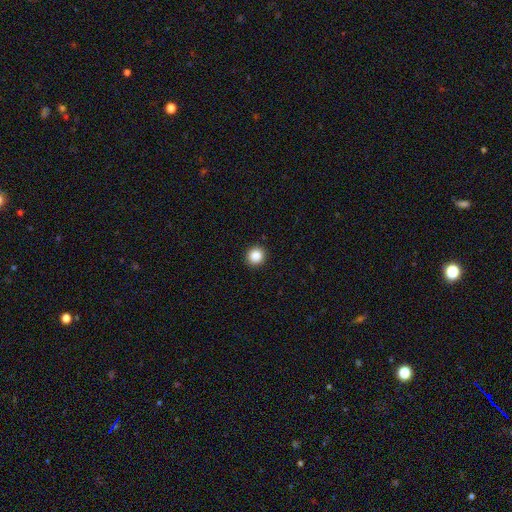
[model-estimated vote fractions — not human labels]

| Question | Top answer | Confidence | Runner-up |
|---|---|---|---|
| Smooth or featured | smooth | 87% | star or artifact (10%) |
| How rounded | round | 91% | in between (8%) |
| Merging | none | 92% | minor disturbance (5%) |